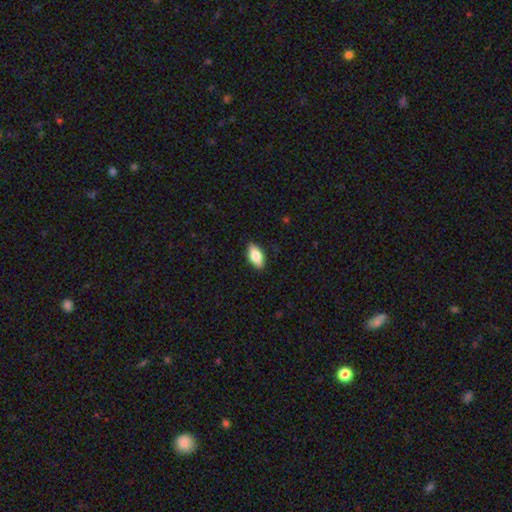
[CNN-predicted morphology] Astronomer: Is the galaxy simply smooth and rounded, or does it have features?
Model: smooth — 77%.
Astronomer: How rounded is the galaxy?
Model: in between — 89%.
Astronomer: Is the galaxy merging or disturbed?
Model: none — 88%.